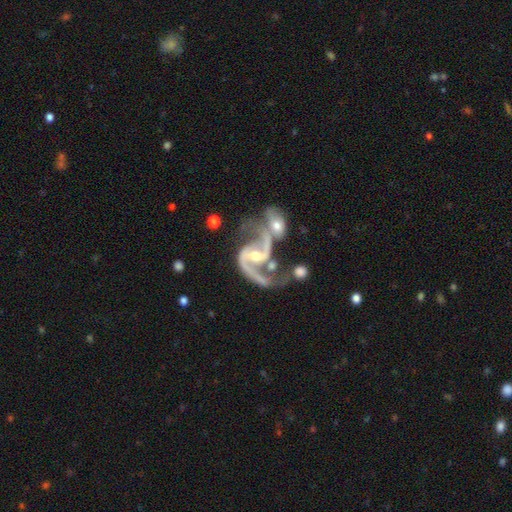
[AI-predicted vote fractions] Morphology: type=featured or disk (92%); edge-on=no (98%); bar=weak (40%); spiral arms=yes (97%); winding=medium (46%); arm count=2 (89%); bulge=moderate (47%, tied with small); merging=merger (52%).